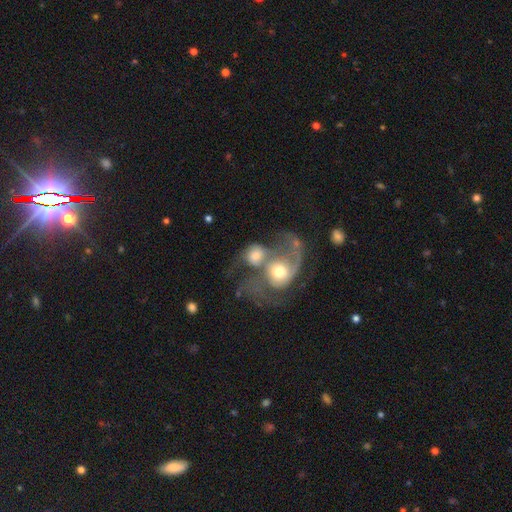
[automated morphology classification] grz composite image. It shows a featured or disk galaxy (54%) with no bar (77%), spiral arms (67%) and a moderate central bulge (59%). Merging: merger (72%).